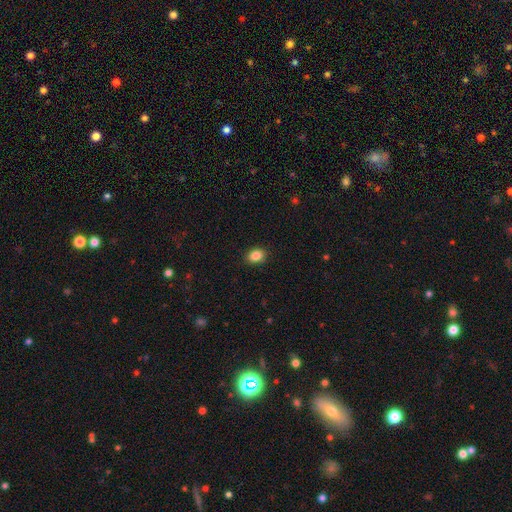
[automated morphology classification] type=smooth (86%); roundness=in between (68%); merging=none (88%).